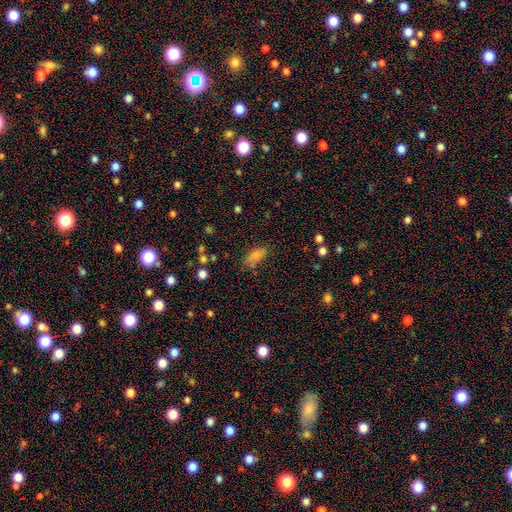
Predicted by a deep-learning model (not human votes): This is likely a smooth galaxy (78%). How rounded: clearly in between (85%). Merging: possibly none (59%).